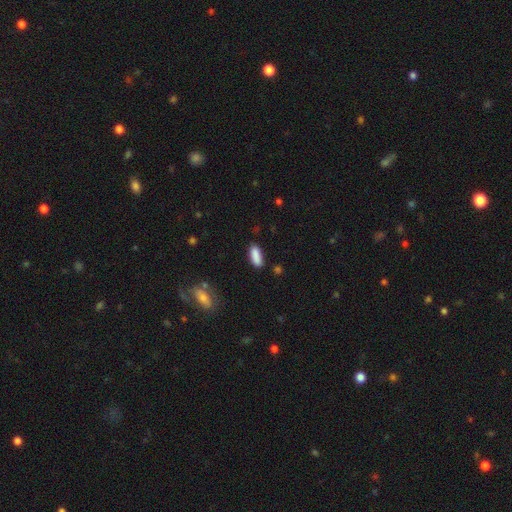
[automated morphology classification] smooth-or-featured: smooth: 89% | star or artifact: 7% | featured or disk: 5%
  how-rounded: in between: 72% | cigar-shaped: 26% | round: 2%
  merging: none: 82% | minor disturbance: 13% | major disturbance: 3% | merger: 2%